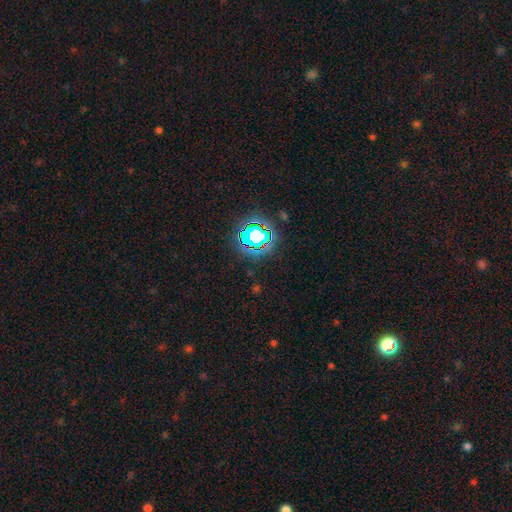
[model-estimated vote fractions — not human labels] Smooth or featured?
  - star or artifact: 79% *
  - smooth: 14%
  - featured or disk: 7%